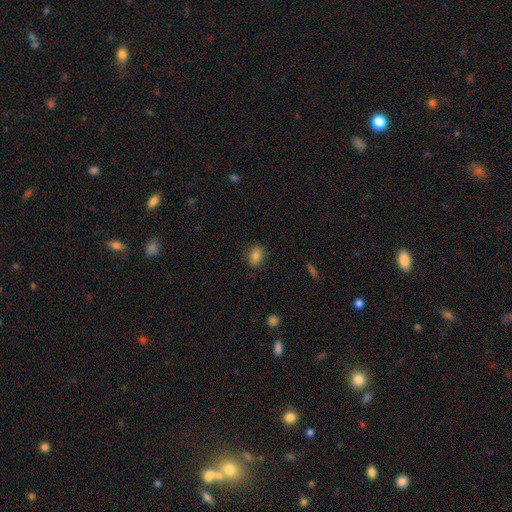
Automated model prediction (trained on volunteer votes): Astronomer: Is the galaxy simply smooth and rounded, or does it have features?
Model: smooth — 81%.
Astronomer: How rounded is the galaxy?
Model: in between — 76%.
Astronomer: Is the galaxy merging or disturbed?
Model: none — 84%.